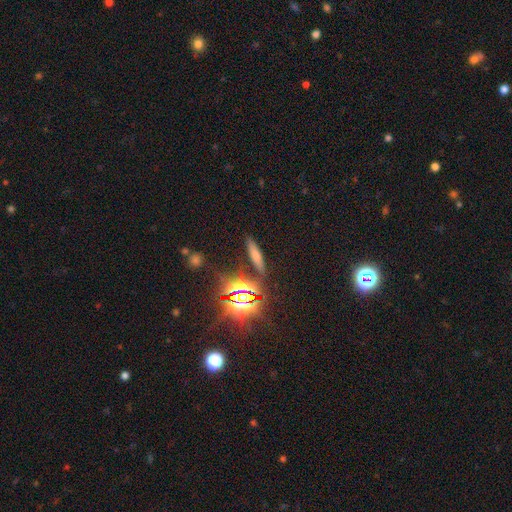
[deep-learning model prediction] A smooth galaxy with no disk features (57%) that is cigar-shaped (78%).

Vote fractions:
- Smooth or featured? smooth: 57% / star or artifact: 25% / featured or disk: 18%
- How rounded? cigar-shaped: 78% / in between: 17% / round: 5%
- Merging? none: 84% / minor disturbance: 9% / merger: 4% / major disturbance: 3%